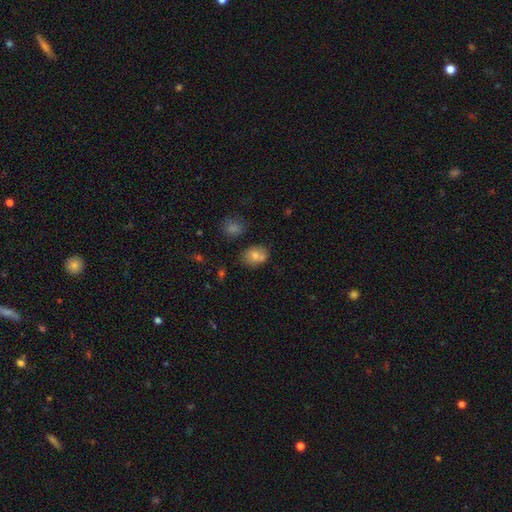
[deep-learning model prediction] This is likely a smooth galaxy (74%). How rounded: likely in between (61%). Merging: possibly none (58%).